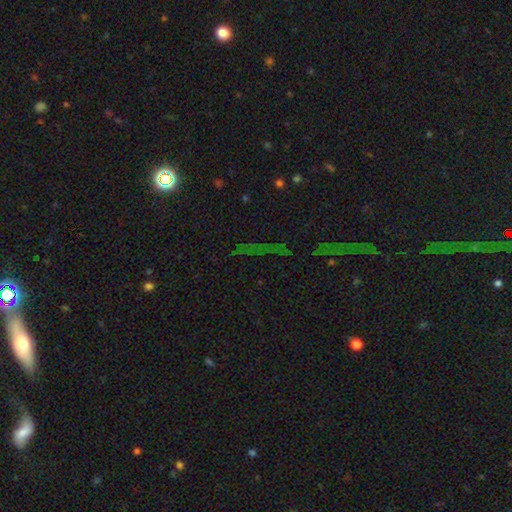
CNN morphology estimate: type=star or artifact (71%).